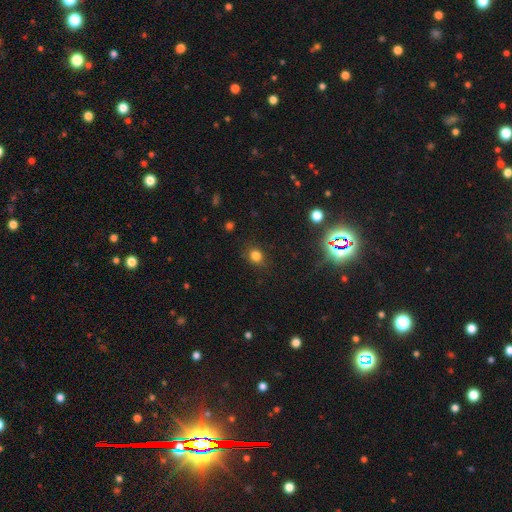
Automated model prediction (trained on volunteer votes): A smooth galaxy with no disk features (79%) that is round (64%).

Vote fractions:
- Smooth or featured? smooth: 79% / star or artifact: 16% / featured or disk: 5%
- How rounded? round: 64% / in between: 34% / cigar-shaped: 1%
- Merging? none: 82% / minor disturbance: 12% / major disturbance: 4% / merger: 1%